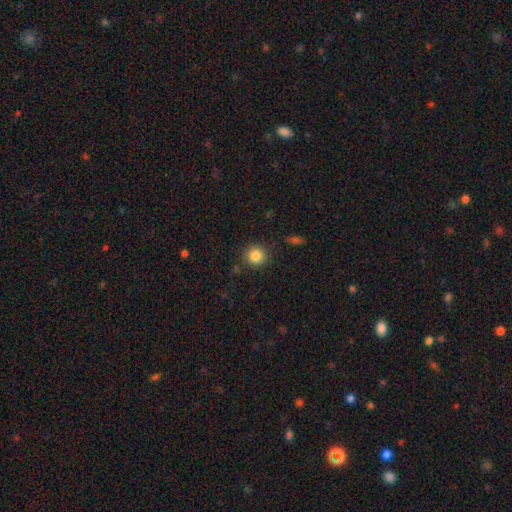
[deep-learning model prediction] smooth 84%, star or artifact 11%, featured or disk 6%. Down the decision tree: how rounded — round (92%); merging — none (87%).